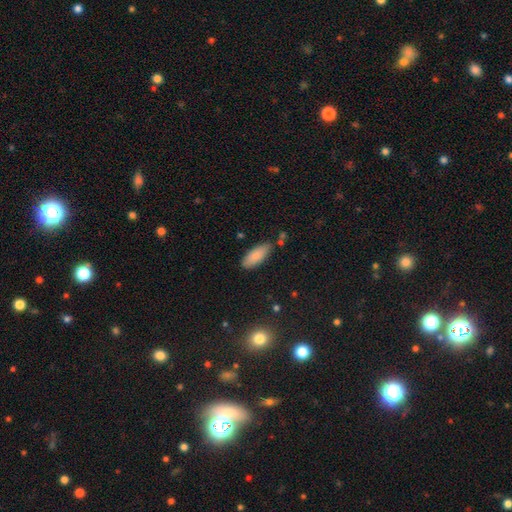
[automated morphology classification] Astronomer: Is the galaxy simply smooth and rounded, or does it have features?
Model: smooth — 87%.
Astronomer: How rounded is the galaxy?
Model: in between — 78%.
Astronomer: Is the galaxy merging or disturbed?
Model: none — 78%.